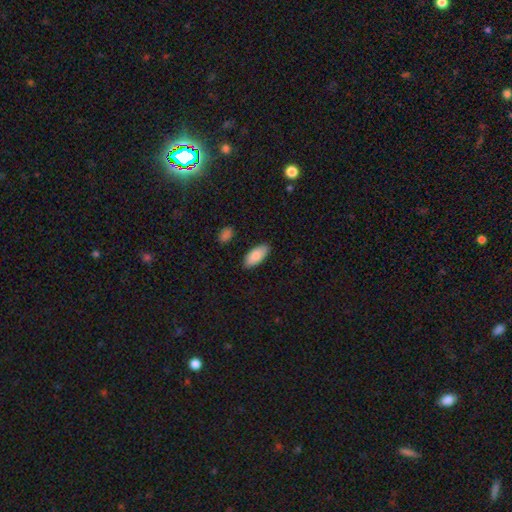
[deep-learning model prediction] Morphology: type=smooth (86%); roundness=in between (87%); merging=none (86%).